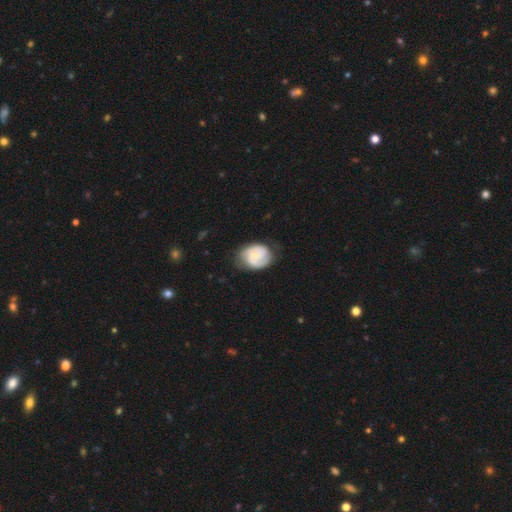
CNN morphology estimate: type=featured or disk (69%); edge-on=no (98%); bar=no (52%); spiral arms=yes (91%); winding=tight (51%); arm count=2 (70%); bulge=small (63%); merging=none (69%).